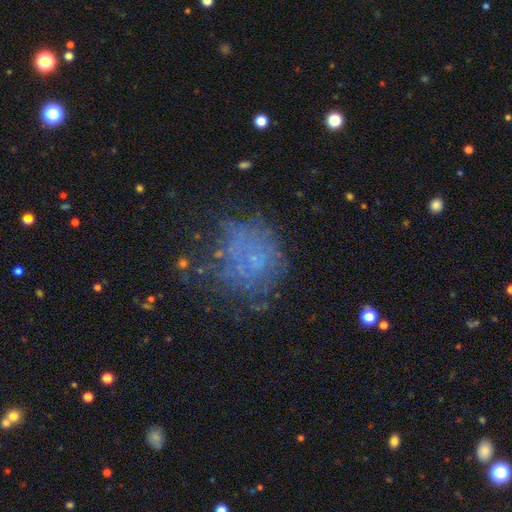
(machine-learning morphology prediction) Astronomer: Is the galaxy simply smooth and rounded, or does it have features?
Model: smooth — 38% (runner-up: featured or disk, 37%).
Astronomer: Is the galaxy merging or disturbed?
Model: none — 52%.